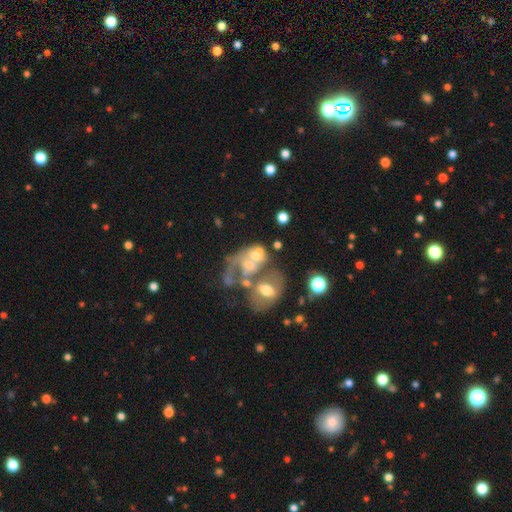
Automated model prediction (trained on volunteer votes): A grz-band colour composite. It shows a featured or disk galaxy (55%) with no bar (81%), no spiral arms (78%) and a moderate central bulge (49%). Merging: merger (62%).